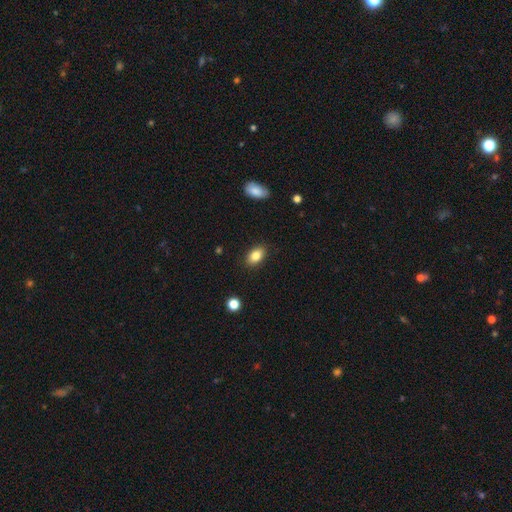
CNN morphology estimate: The model was most divided on "smooth or featured": smooth: 84%, star or artifact: 8%, featured or disk: 8%. More confident: how rounded — in between (88%); merging — none (87%).